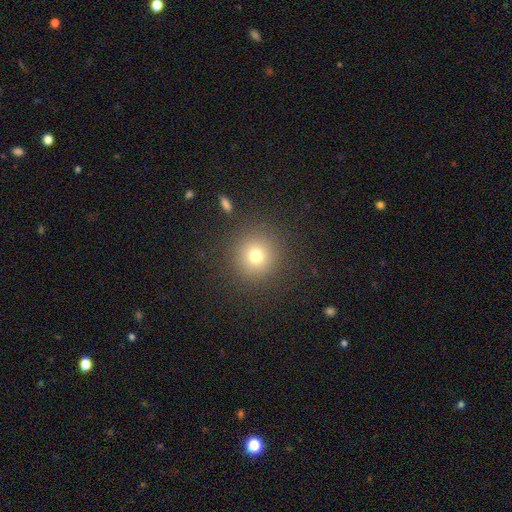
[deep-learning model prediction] The model was most divided on "smooth or featured": smooth: 74%, star or artifact: 16%, featured or disk: 10%. More confident: how rounded — round (94%); merging — none (88%).